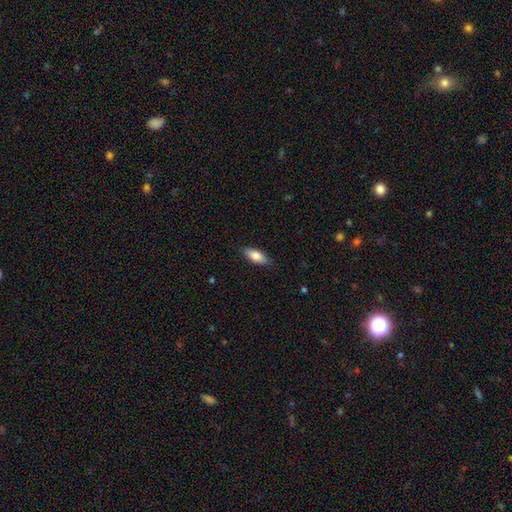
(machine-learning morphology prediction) Smooth or featured? smooth (79%)
How rounded? in between (79%)
Merging? none (84%)